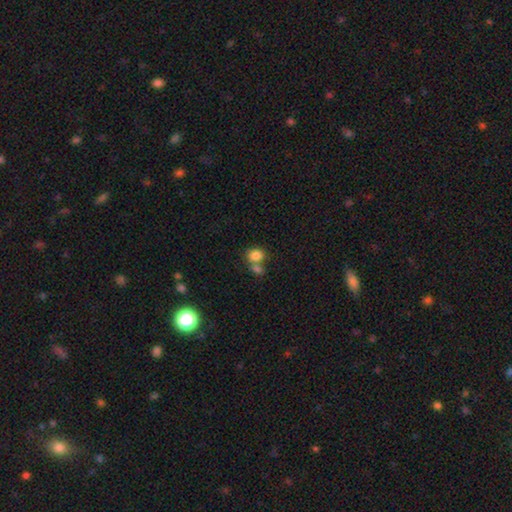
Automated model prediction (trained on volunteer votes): smooth 82%, star or artifact 10%, featured or disk 8%. Down the decision tree: how rounded — round (60%); merging — merger (44%).